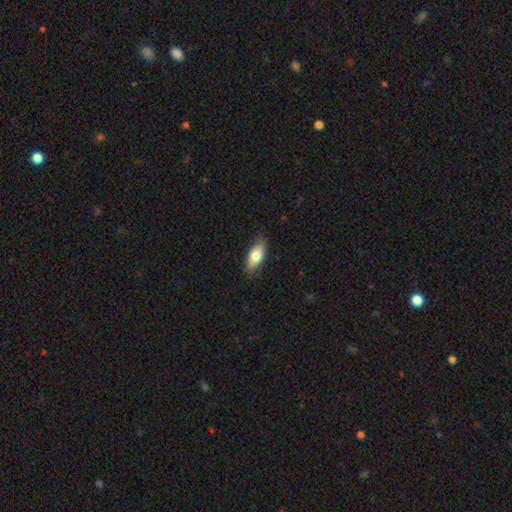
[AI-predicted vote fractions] smooth 76%, featured or disk 17%, star or artifact 6%. Down the decision tree: how rounded — in between (81%); merging — none (84%).